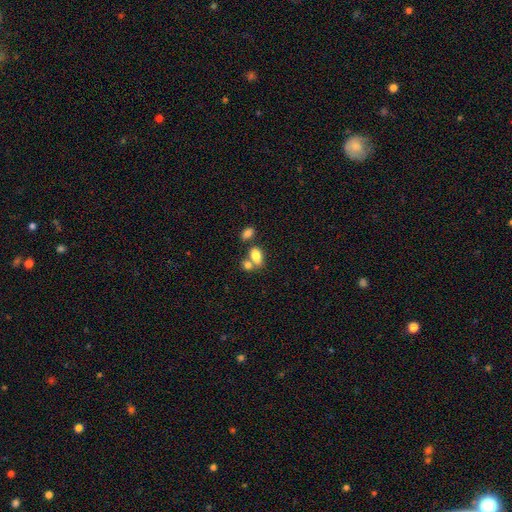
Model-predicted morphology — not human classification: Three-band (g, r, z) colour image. It shows a smooth galaxy with no disk features (79%) that is in between round and cigar-shaped (85%). Merging: merger (42%, tied with none).